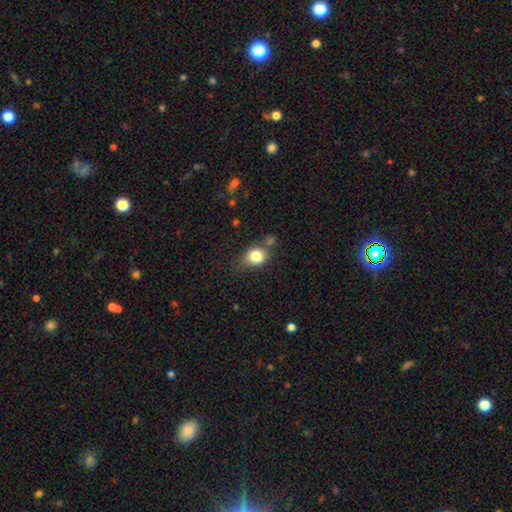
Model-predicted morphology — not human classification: smooth 82%, star or artifact 10%, featured or disk 8%. Down the decision tree: how rounded — round (56%); merging — none (54%).